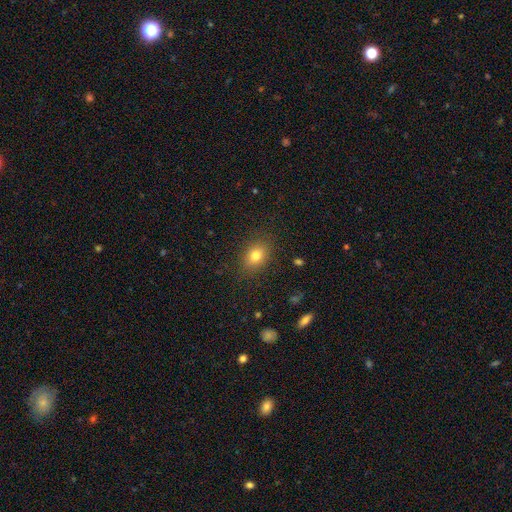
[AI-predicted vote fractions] smooth_or_featured: smooth (p=0.79) [alt: star or artifact p=0.12]
how_rounded: in between (p=0.65) [alt: round p=0.34]
merging: none (p=0.86) [alt: minor disturbance p=0.10]